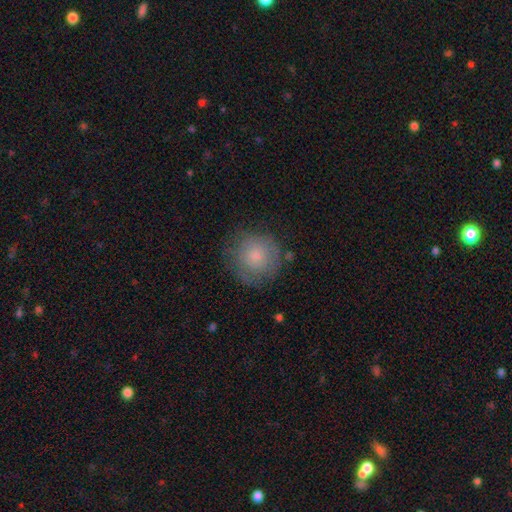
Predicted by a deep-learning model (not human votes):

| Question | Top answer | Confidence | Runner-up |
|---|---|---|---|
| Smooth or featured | smooth | 73% | featured or disk (18%) |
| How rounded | round | 92% | in between (7%) |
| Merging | none | 73% | minor disturbance (18%) |